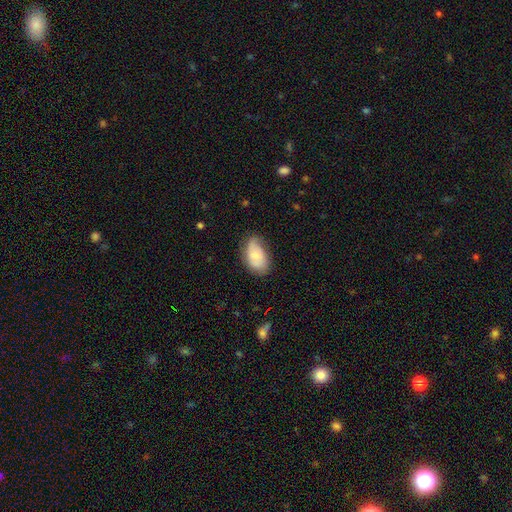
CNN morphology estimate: Smooth or featured? smooth (61%)
How rounded? in between (92%)
Merging? none (62%)